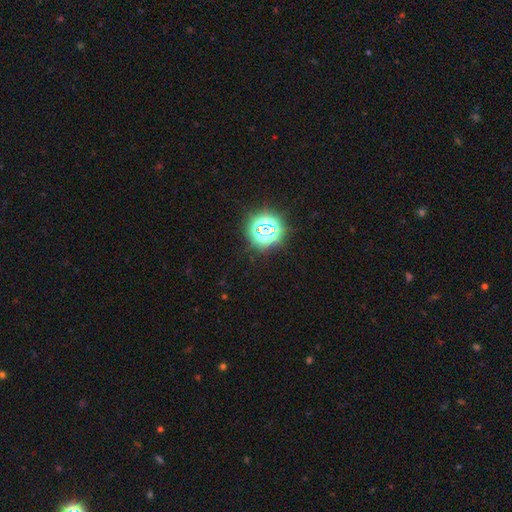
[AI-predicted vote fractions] This appears to be a star or artifact, not a galaxy (70%).